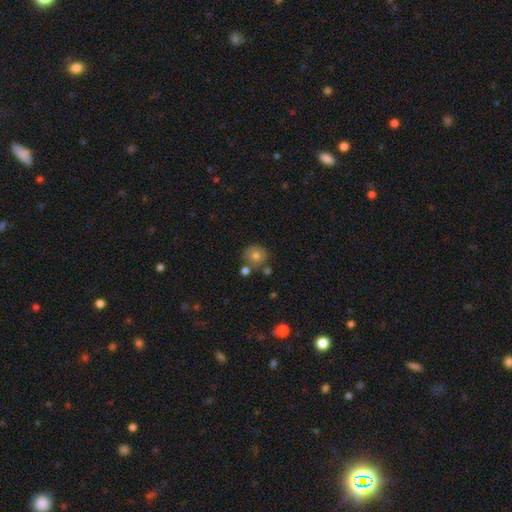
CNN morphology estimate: smooth 74%, featured or disk 14%, star or artifact 12%. Down the decision tree: how rounded — round (88%); merging — none (67%).